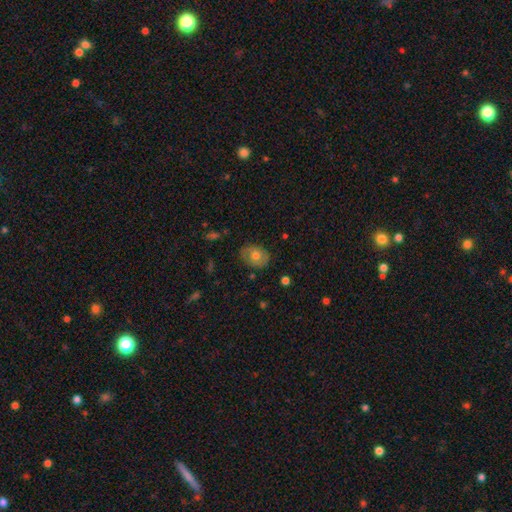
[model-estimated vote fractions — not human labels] smooth_or_featured: smooth (p=0.65) [alt: featured or disk p=0.27]
how_rounded: in between (p=0.57) [alt: round p=0.42]
merging: none (p=0.80) [alt: minor disturbance p=0.15]